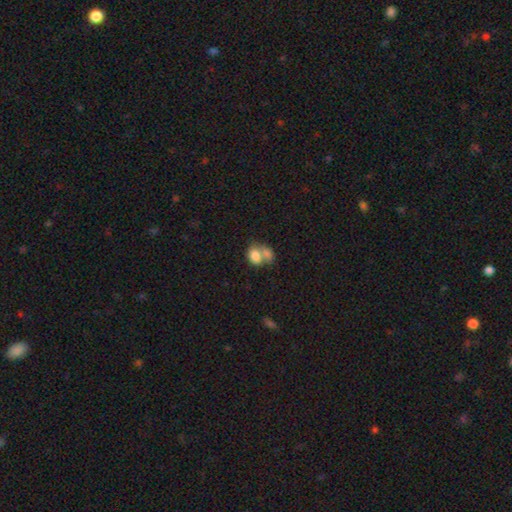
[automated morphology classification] This appears to be a smooth galaxy with no disk features (78%) that is in between round and cigar-shaped (68%). Merging: merger (67%).